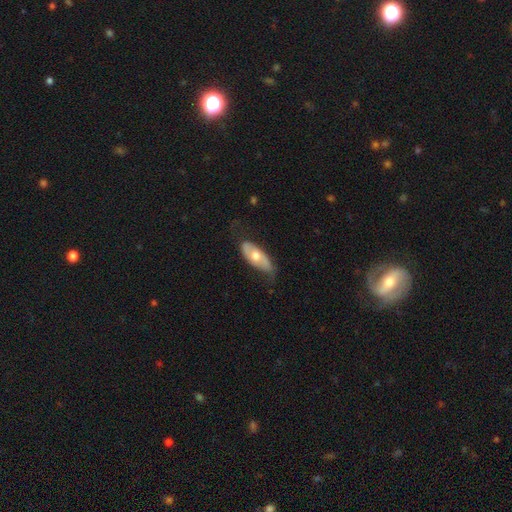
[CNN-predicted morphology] The model was most divided on "smooth or featured": featured or disk: 50%, smooth: 44%, star or artifact: 6%. More confident: edge-on disk — no (78%); merging — none (63%).